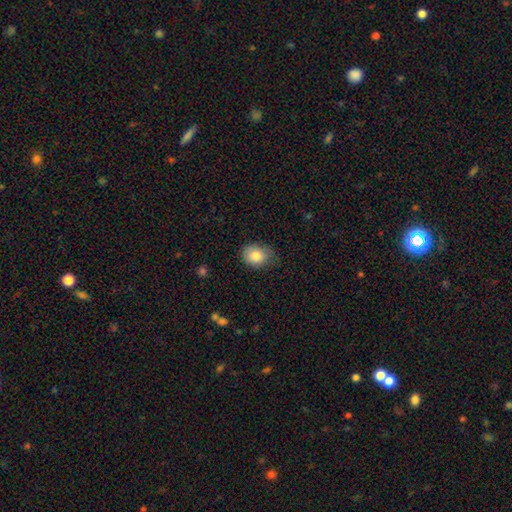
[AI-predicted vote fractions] A smooth galaxy with no disk features (83%) that is in between round and cigar-shaped (55%). Merging: none (63%).